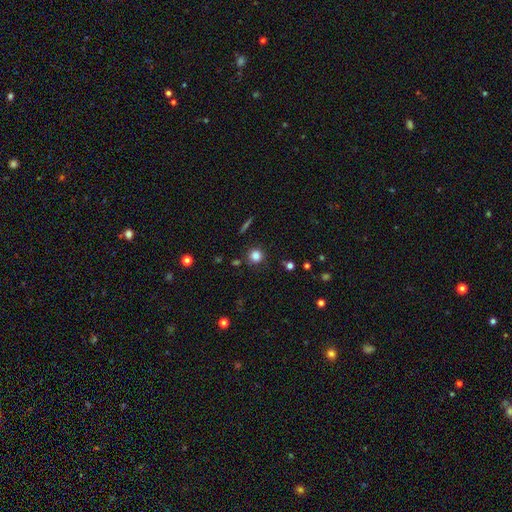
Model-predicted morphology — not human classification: This is clearly a smooth galaxy (82%). How rounded: clearly round (93%). Merging: clearly none (87%).